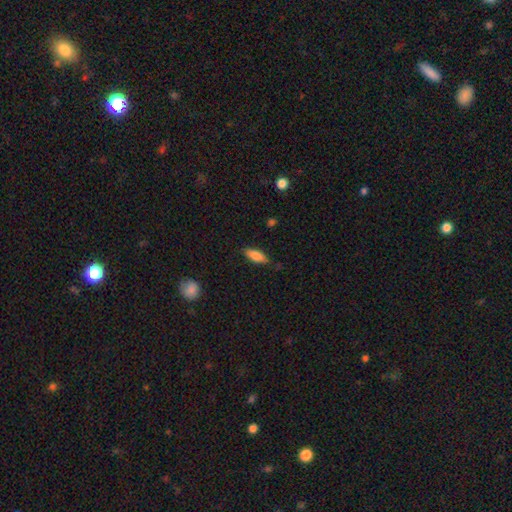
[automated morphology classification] A smooth galaxy with no disk features (82%) that is in between round and cigar-shaped (72%). Merging: none (79%).